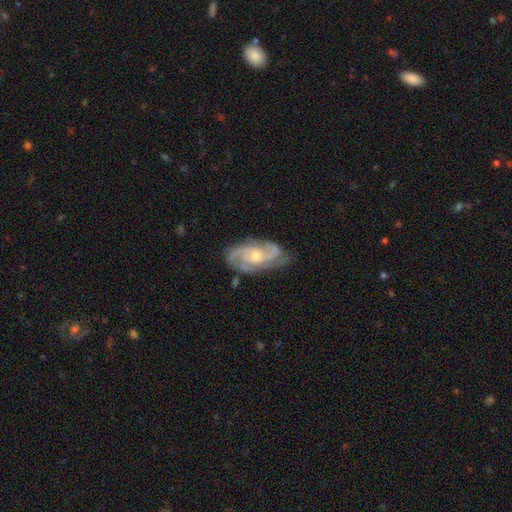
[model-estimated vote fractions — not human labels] Overall: featured or disk (86%). Edge-on disk: no (96%). Bar: no (69%). Spiral arms: yes (97%). Spiral arm count: 3 (38%; 2 28%). Spiral winding: tight (46%; medium 44%). Bulge size: small (50%; moderate 46%). Merging: none (73%).